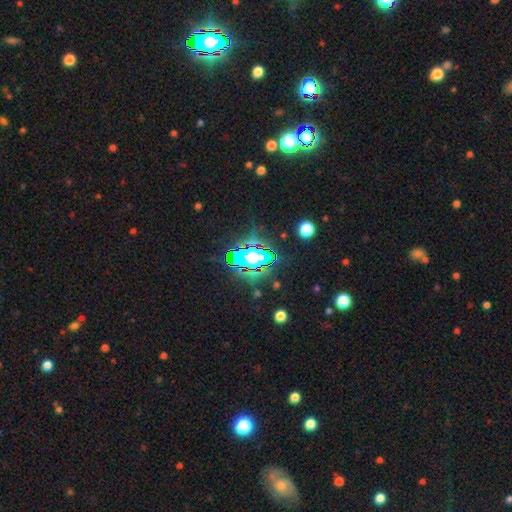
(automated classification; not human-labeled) This is likely a star or artifact rather than a galaxy (62%).